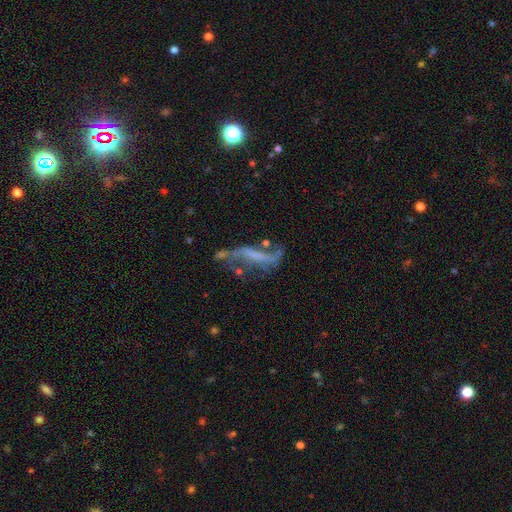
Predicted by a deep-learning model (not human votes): Q: Smooth or featured?
A: featured or disk (67%); runner-up: smooth (19%)
Q: Edge-on disk?
A: no (80%); runner-up: yes (20%)
Q: Bar?
A: no (37%); tied with: strong (37%)
Q: Spiral arms?
A: yes (59%); runner-up: no (41%)
Q: Bulge size?
A: none (66%); runner-up: small (22%)
Q: Merging?
A: none (35%); runner-up: major disturbance (30%)